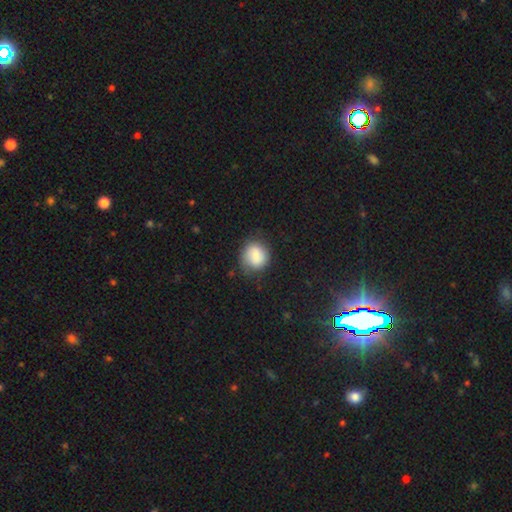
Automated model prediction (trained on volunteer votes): This appears to be a smooth galaxy with no disk features (78%) that is round (79%). Merging: none (71%).